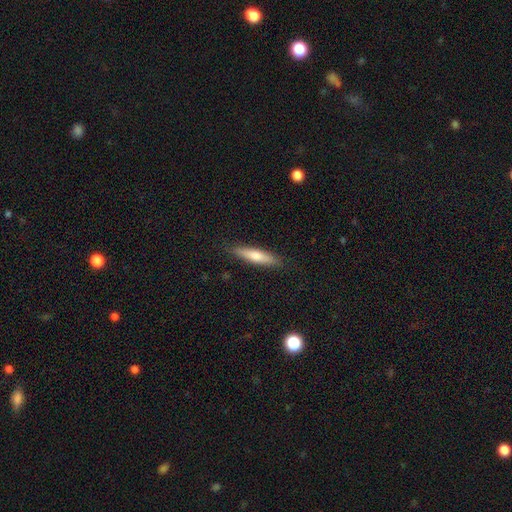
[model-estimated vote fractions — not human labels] Smooth or featured? Predicted: smooth (p=0.62). How rounded? Predicted: cigar-shaped (p=0.83). Merging? Predicted: none (p=0.88).